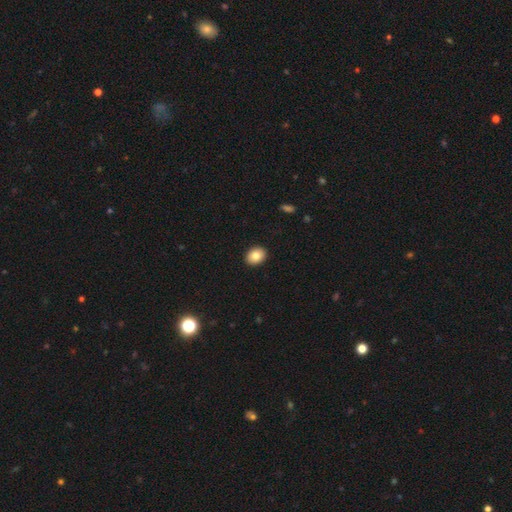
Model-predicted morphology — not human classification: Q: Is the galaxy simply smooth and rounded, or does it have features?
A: smooth — 83%.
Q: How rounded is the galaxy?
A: in between — 57%.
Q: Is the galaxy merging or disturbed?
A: none — 91%.